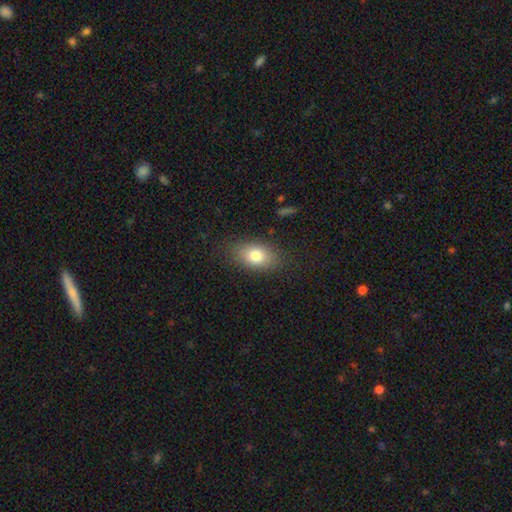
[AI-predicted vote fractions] The model was most divided on "smooth or featured": smooth: 79%, featured or disk: 12%, star or artifact: 9%. More confident: how rounded — in between (85%); merging — none (83%).